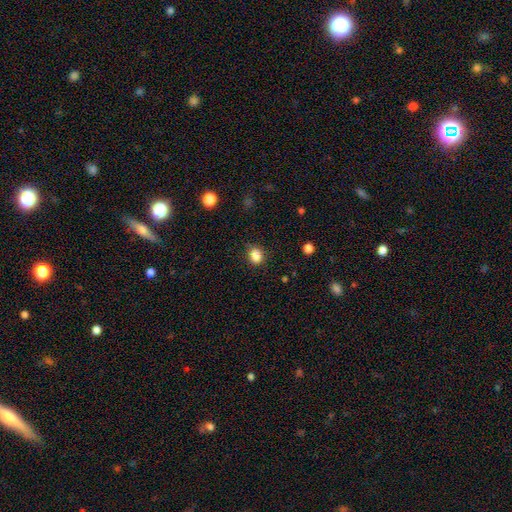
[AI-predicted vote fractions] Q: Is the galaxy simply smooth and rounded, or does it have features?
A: smooth — 85%.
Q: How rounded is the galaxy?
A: round — 55%.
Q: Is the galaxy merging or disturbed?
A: none — 83%.